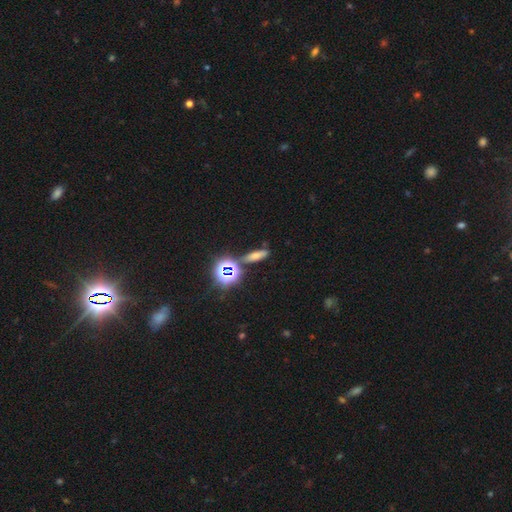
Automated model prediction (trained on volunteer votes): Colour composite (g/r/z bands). It shows a smooth galaxy with no disk features (55%) that is cigar-shaped (51%). Merging: none (75%).